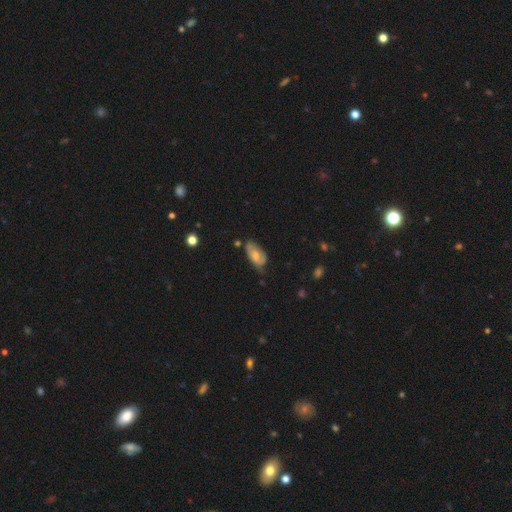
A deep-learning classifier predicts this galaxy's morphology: Smooth or featured? smooth (49%)
Merging? none (51%)